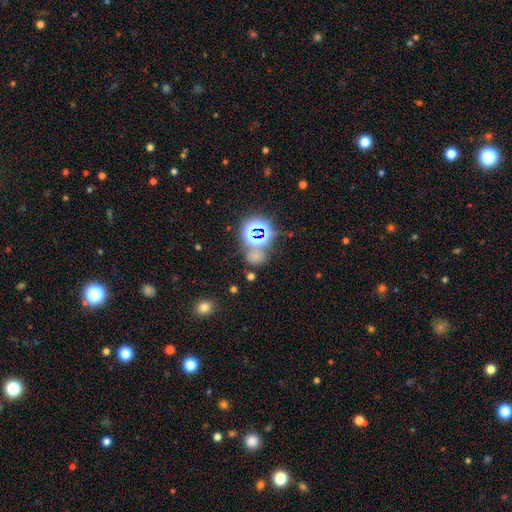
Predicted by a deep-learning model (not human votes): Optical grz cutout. It shows a star or artifact, not a galaxy (52%).